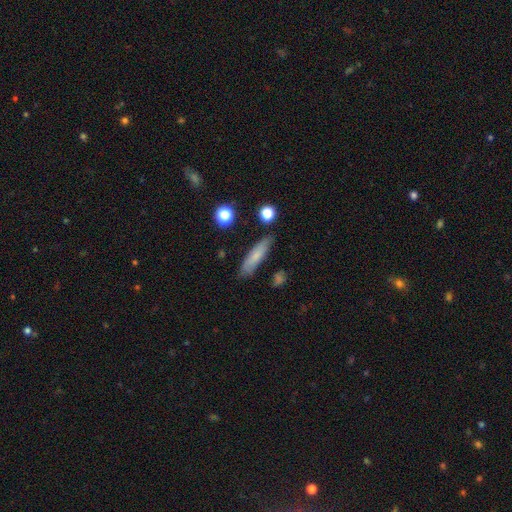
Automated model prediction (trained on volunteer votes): Smooth or featured? smooth (72%)
How rounded? cigar-shaped (73%)
Merging? none (82%)